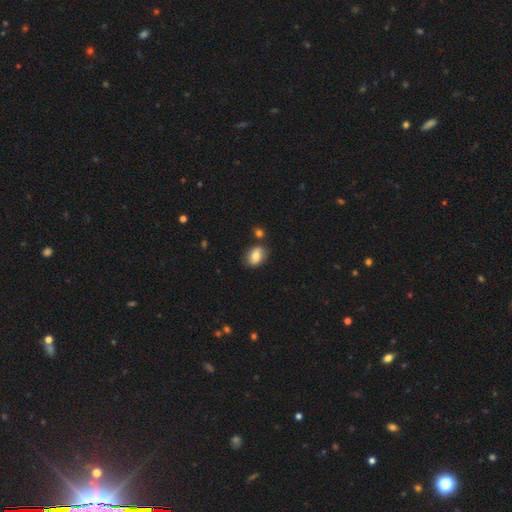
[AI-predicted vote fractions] Smooth or featured: smooth — 79% (featured or disk — 13%)
How rounded: in between — 78% (round — 21%)
Merging: none — 74% (minor disturbance — 14%)